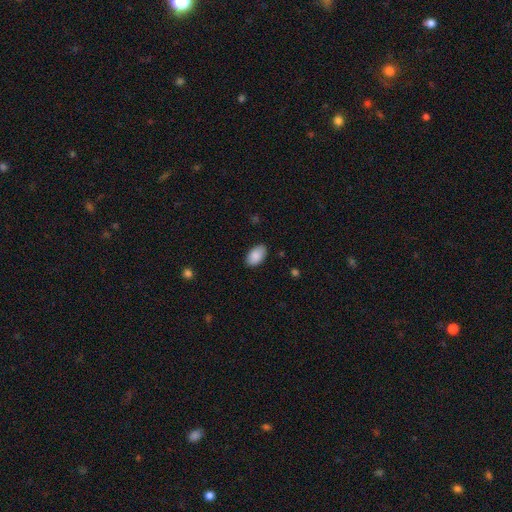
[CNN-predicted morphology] A smooth galaxy with no disk features (89%) that is in between round and cigar-shaped (94%).

Vote fractions:
- Smooth or featured? smooth: 89% / star or artifact: 6% / featured or disk: 5%
- How rounded? in between: 94% / round: 5% / cigar-shaped: 1%
- Merging? none: 85% / minor disturbance: 12% / major disturbance: 2% / merger: 1%